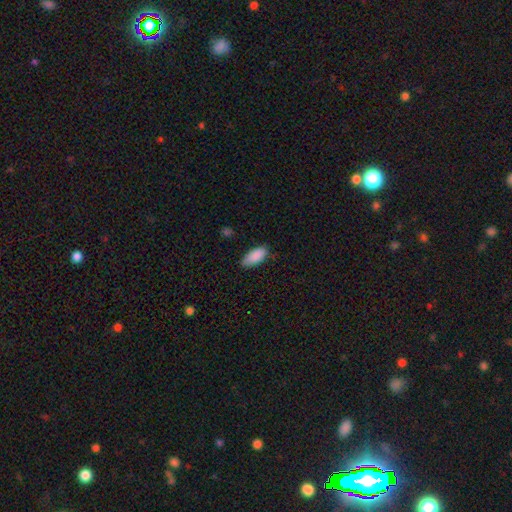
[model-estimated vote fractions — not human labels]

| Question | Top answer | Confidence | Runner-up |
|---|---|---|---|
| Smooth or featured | smooth | 90% | star or artifact (6%) |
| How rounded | in between | 90% | cigar-shaped (8%) |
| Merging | none | 79% | minor disturbance (17%) |